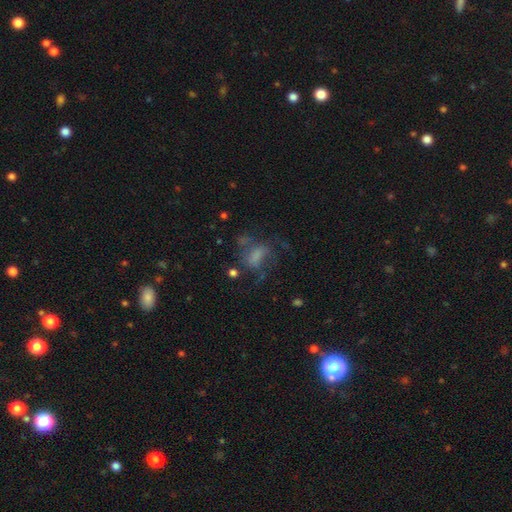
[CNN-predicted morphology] Smooth or featured? smooth (43%)
Merging? major disturbance (39%)